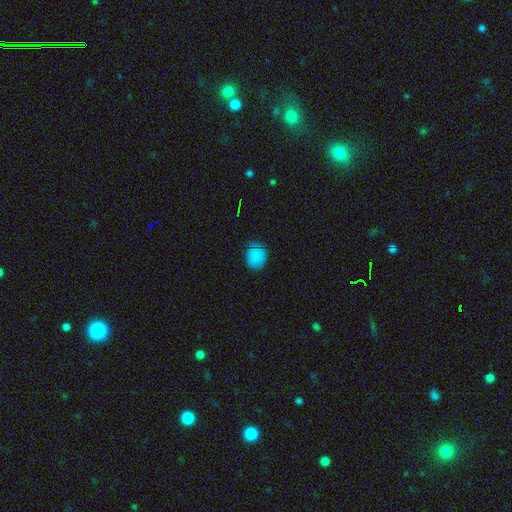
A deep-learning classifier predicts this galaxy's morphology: Smooth or featured?
  - smooth: 80% *
  - star or artifact: 15%
  - featured or disk: 5%
How rounded?
  - round: 80% *
  - in between: 19%
  - cigar-shaped: 1%
Merging?
  - none: 76% *
  - minor disturbance: 19%
  - major disturbance: 4%
  - merger: 2%